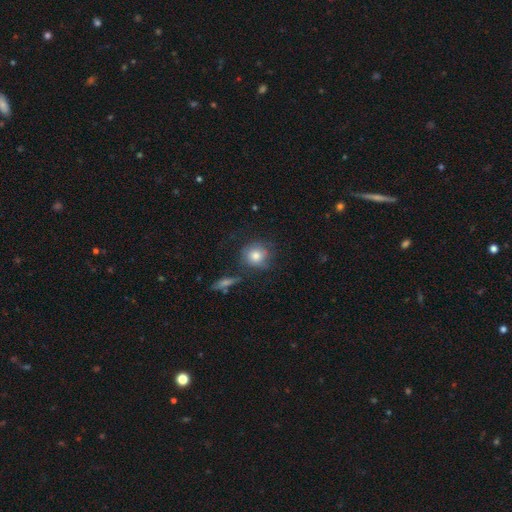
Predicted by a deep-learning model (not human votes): Smooth or featured? Predicted: smooth (p=0.76). How rounded? Predicted: round (p=0.87). Merging? Predicted: none (p=0.68).